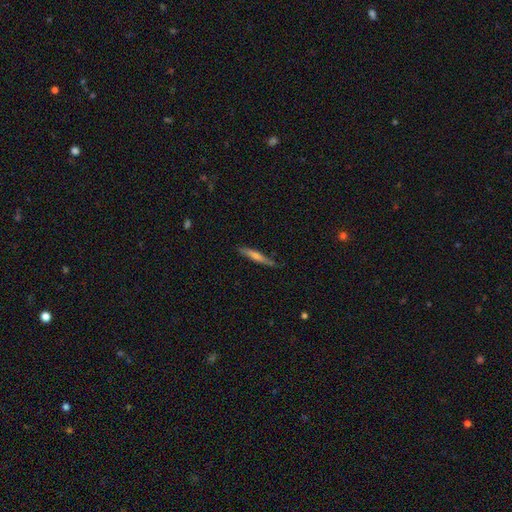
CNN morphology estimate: Overall: featured or disk (54%; smooth 38%). Edge-on disk: yes (94%). Edge-on bulge: rounded (61%; none 30%). Merging: none (84%).